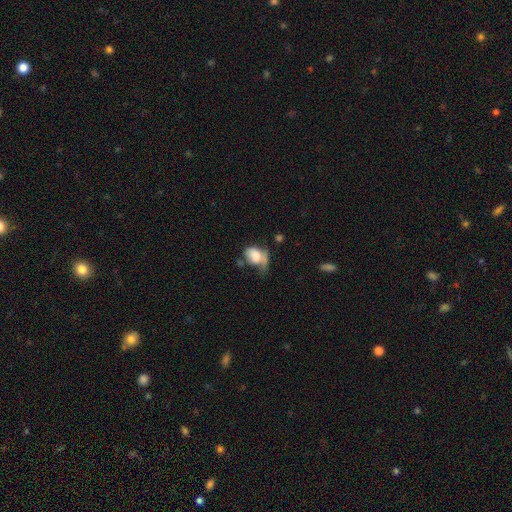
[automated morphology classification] smooth 66%, featured or disk 25%, star or artifact 8%. Down the decision tree: how rounded — in between (74%); merging — major disturbance (37%).